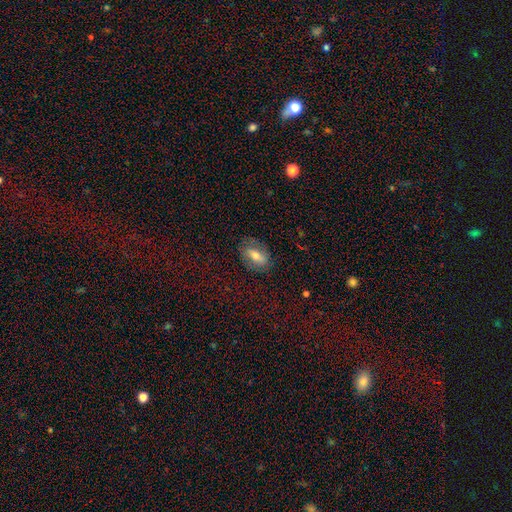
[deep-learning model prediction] smooth-or-featured: smooth: 57% | featured or disk: 31% | star or artifact: 13%
  how-rounded: in between: 83% | round: 11% | cigar-shaped: 6%
  merging: none: 76% | minor disturbance: 16% | major disturbance: 6% | merger: 1%